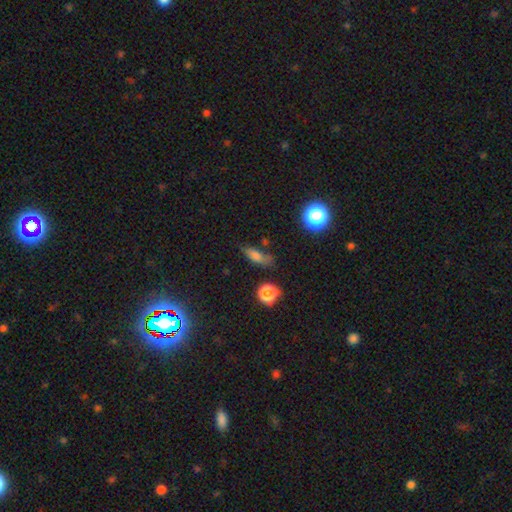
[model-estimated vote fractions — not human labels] smooth-or-featured: smooth: 71% | star or artifact: 15% | featured or disk: 14%
  how-rounded: in between: 62% | cigar-shaped: 29% | round: 10%
  merging: none: 56% | minor disturbance: 27% | major disturbance: 10% | merger: 7%